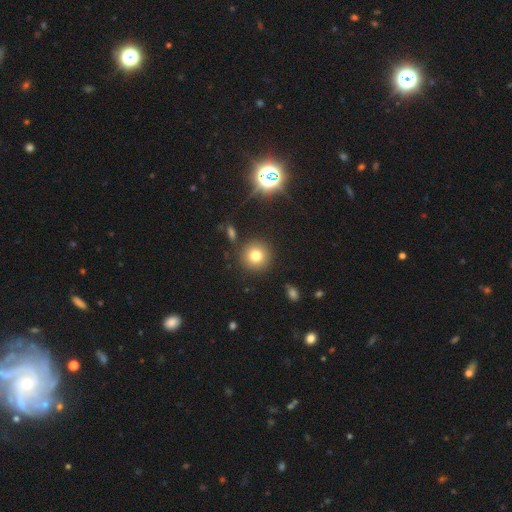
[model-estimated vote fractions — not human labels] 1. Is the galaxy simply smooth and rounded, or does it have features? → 76% smooth, 15% star or artifact, 9% featured or disk.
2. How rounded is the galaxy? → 94% round, 5% in between, 1% cigar-shaped.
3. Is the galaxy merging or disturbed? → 88% none, 7% minor disturbance, 3% merger, 2% major disturbance.